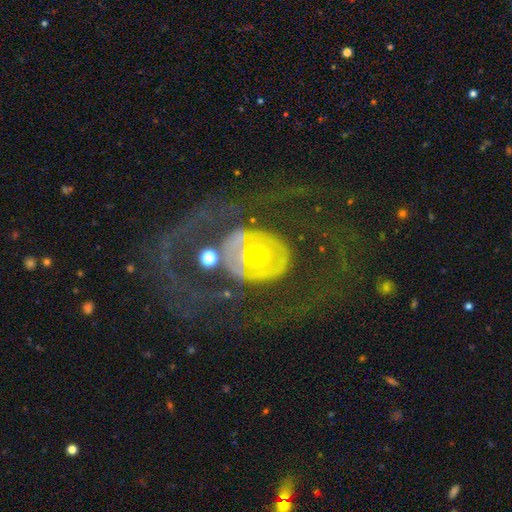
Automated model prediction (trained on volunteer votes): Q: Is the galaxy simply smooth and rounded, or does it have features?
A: featured or disk — 55%.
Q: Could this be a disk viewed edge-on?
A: no — 94%.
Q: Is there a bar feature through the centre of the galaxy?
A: no — 58%.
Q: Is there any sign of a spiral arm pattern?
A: no — 55%.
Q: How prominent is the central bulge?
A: moderate — 64%.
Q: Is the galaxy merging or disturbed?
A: none — 44%.